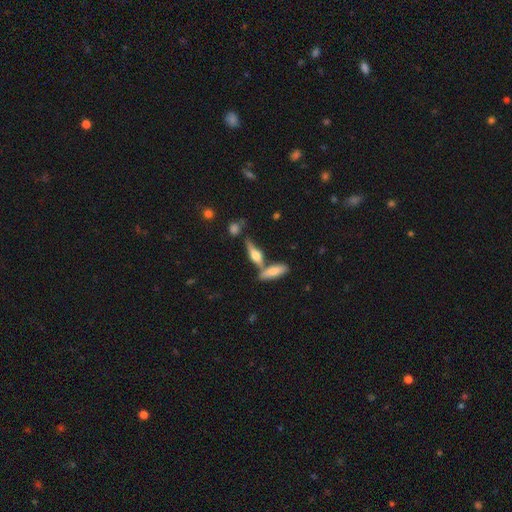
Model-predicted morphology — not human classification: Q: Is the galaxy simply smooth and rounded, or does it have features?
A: featured or disk — 57%.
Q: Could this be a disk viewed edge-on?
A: yes — 92%.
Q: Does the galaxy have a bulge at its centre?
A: rounded — 92%.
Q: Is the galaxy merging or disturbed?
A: none — 63%.